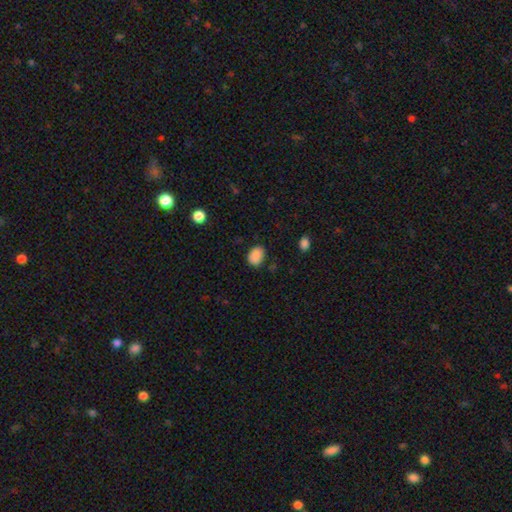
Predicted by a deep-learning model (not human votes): The model was most divided on "how rounded": in between: 70%, round: 29%, cigar-shaped: 1%. More confident: smooth or featured — smooth (87%); merging — none (79%).